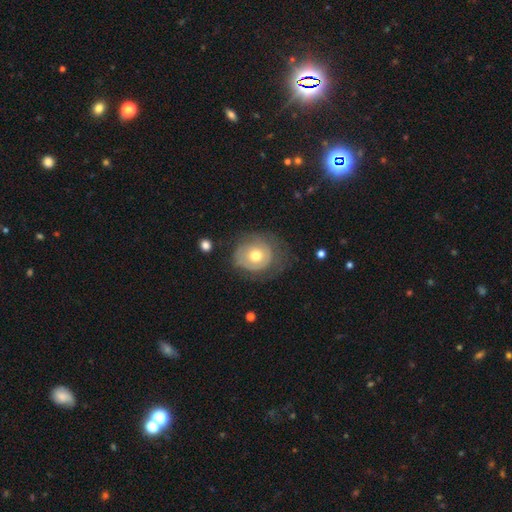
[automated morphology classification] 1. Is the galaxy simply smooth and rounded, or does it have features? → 47% smooth, 46% featured or disk, 7% star or artifact.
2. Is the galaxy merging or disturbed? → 53% none, 24% minor disturbance, 20% major disturbance, 2% merger.